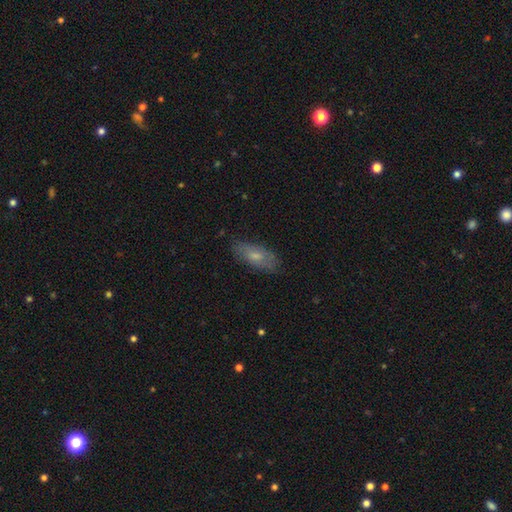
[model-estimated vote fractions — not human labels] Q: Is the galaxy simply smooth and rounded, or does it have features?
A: smooth — 67%.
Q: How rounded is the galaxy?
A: in between — 76%.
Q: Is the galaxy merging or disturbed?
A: none — 77%.